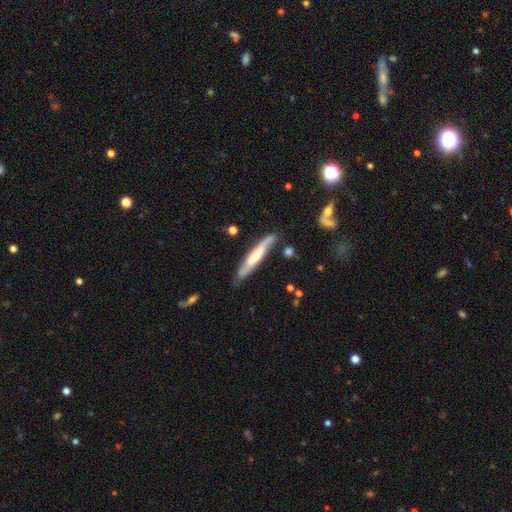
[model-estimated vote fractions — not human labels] Morphology: type=featured or disk (54%); edge-on=yes (73%); merging=none (76%).